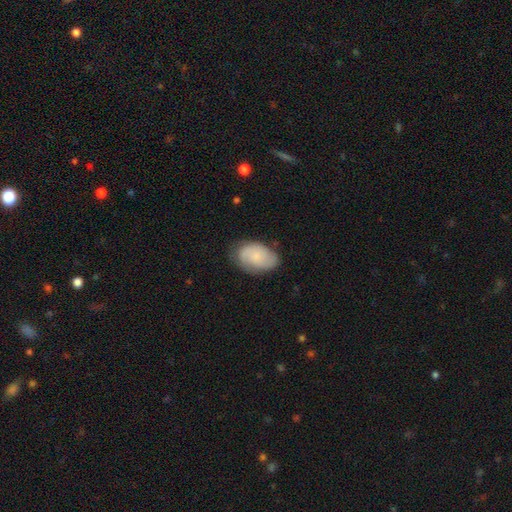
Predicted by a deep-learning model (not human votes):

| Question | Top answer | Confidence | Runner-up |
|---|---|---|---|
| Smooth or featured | smooth | 55% | featured or disk (38%) |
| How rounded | in between | 90% | round (9%) |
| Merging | none | 70% | minor disturbance (23%) |